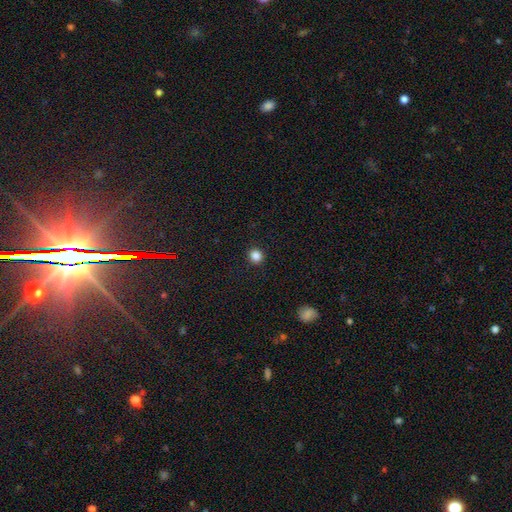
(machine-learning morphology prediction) Smooth or featured: smooth — 86% (star or artifact — 11%)
How rounded: round — 91% (in between — 8%)
Merging: none — 93% (minor disturbance — 5%)